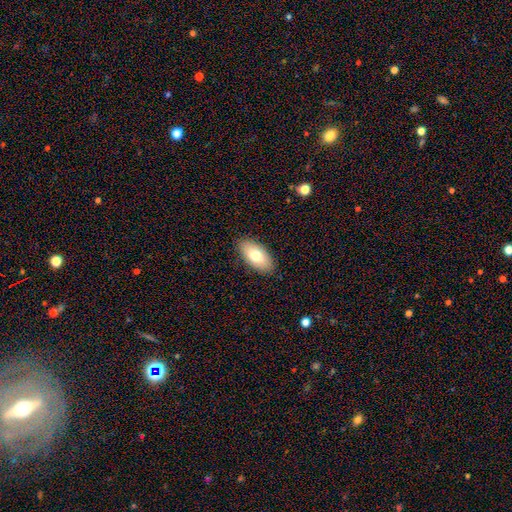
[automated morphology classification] type=smooth (75%); roundness=in between (93%); merging=none (88%).